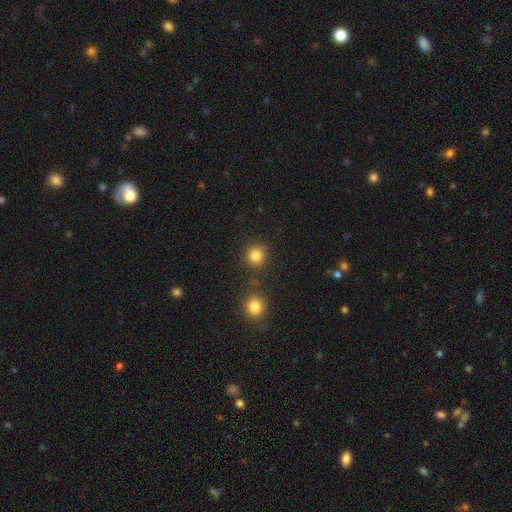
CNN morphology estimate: Overall: smooth (83%). How rounded: round (92%). Merging: none (81%).